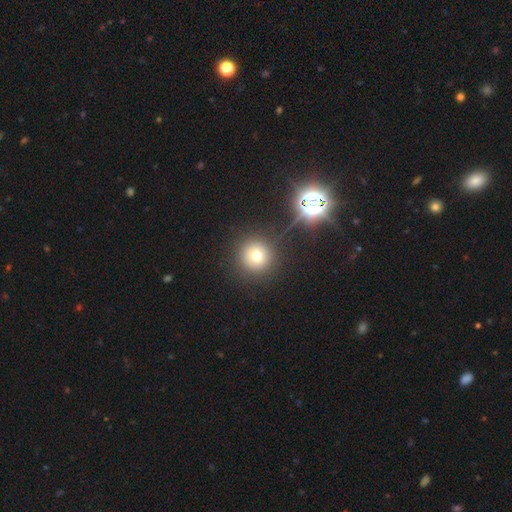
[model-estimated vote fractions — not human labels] Smooth or featured: smooth — 70% (star or artifact — 20%)
How rounded: round — 95% (in between — 4%)
Merging: none — 88% (minor disturbance — 7%)